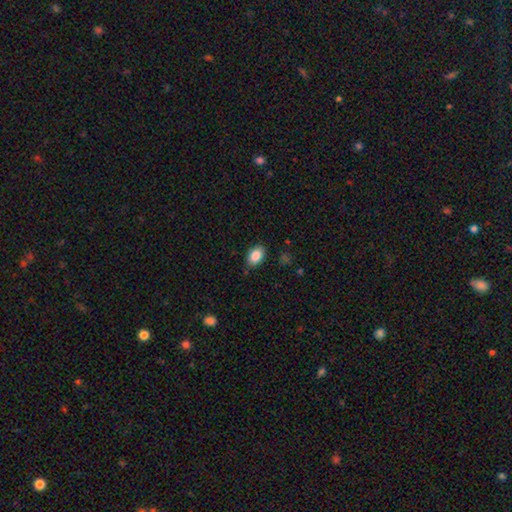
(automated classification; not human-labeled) The model was most divided on "merging": none: 84%, minor disturbance: 12%, major disturbance: 3%, merger: 1%. More confident: how rounded — in between (88%); smooth or featured — smooth (87%).